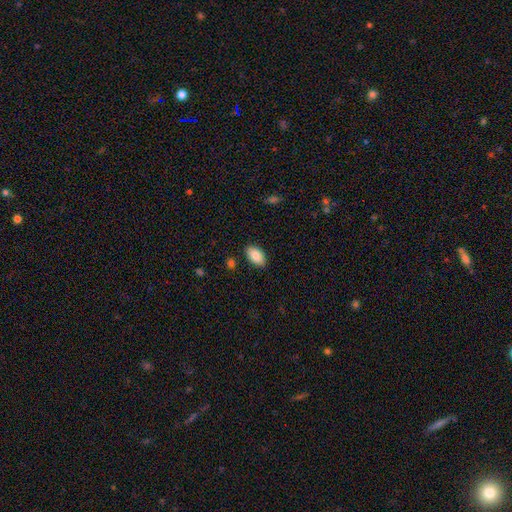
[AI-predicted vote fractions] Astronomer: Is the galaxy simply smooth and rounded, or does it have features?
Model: smooth — 87%.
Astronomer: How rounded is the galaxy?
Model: in between — 95%.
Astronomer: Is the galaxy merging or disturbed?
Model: none — 87%.